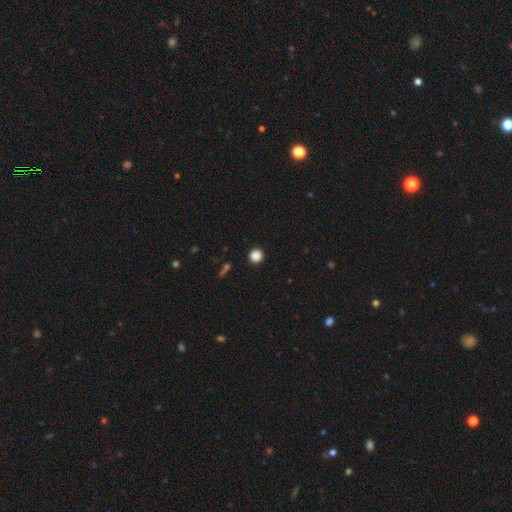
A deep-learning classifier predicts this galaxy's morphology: smooth-or-featured: smooth: 86% | star or artifact: 11% | featured or disk: 3%
  how-rounded: round: 95% | in between: 4% | cigar-shaped: 1%
  merging: none: 92% | minor disturbance: 5% | major disturbance: 2% | merger: 1%